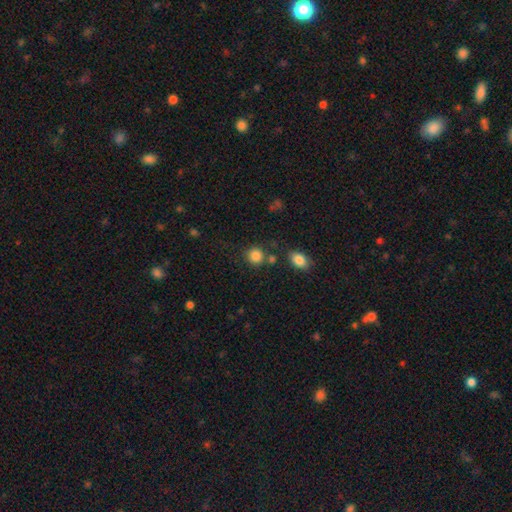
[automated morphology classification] smooth 85%, star or artifact 10%, featured or disk 4%. Down the decision tree: how rounded — round (87%); merging — none (76%).